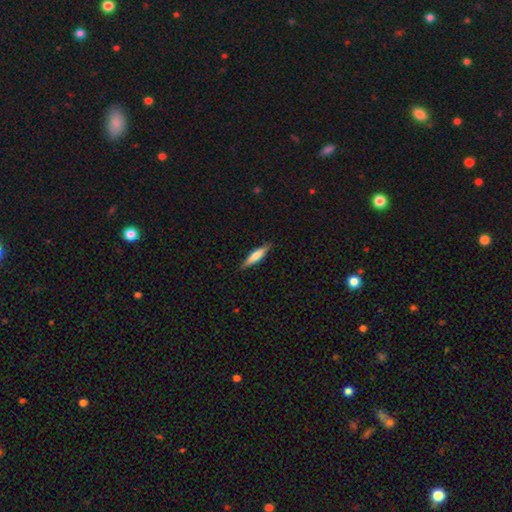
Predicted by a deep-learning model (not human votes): Smooth or featured?
  - smooth: 62% *
  - featured or disk: 32%
  - star or artifact: 5%
How rounded?
  - cigar-shaped: 81% *
  - in between: 18%
  - round: 2%
Merging?
  - none: 88% *
  - minor disturbance: 9%
  - major disturbance: 2%
  - merger: 1%